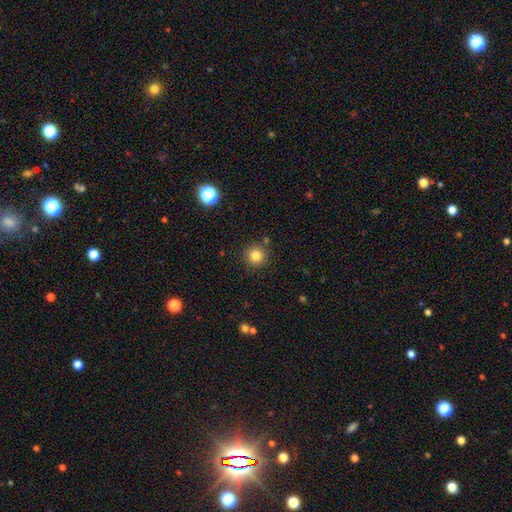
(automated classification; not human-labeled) smooth-or-featured: smooth: 81% | star or artifact: 12% | featured or disk: 6%
  how-rounded: round: 94% | in between: 5% | cigar-shaped: 1%
  merging: none: 86% | minor disturbance: 7% | merger: 4% | major disturbance: 2%